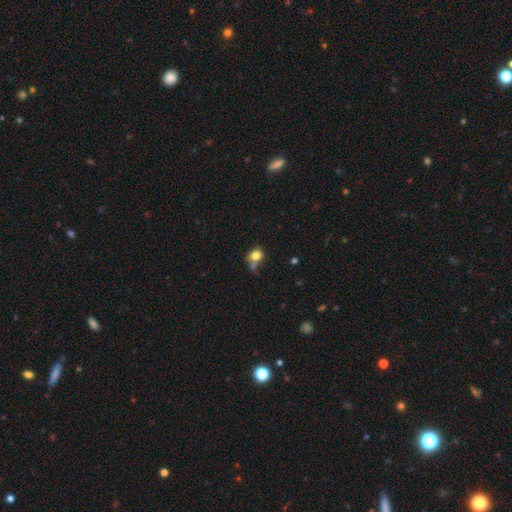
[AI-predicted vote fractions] Smooth or featured?
  - smooth: 79% *
  - star or artifact: 11%
  - featured or disk: 10%
How rounded?
  - round: 70% *
  - in between: 29%
  - cigar-shaped: 1%
Merging?
  - none: 45% *
  - minor disturbance: 22%
  - merger: 21%
  - major disturbance: 12%